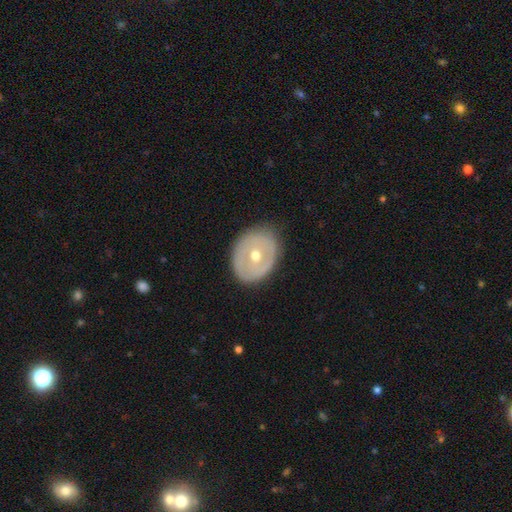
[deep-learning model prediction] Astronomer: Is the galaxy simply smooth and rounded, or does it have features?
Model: featured or disk — 55% (runner-up: smooth, 38%).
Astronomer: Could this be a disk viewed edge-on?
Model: no — 93%.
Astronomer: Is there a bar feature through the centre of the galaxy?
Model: no — 84%.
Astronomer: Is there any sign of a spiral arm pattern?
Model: no — 82%.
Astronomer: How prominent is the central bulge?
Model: moderate — 68%.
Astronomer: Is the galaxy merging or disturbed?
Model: none — 80%.